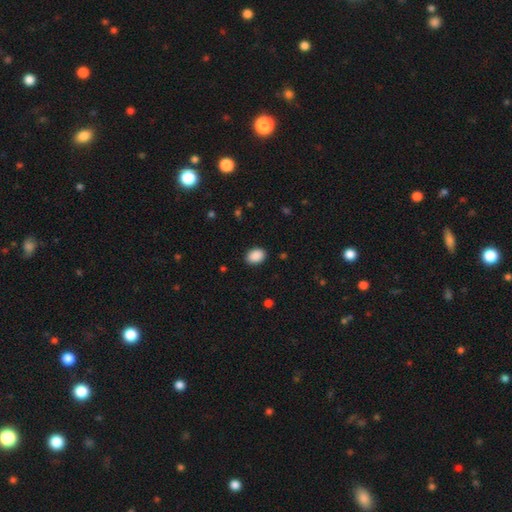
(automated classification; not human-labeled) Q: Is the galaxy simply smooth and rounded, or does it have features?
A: smooth — 90%.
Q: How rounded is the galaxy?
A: in between — 75%.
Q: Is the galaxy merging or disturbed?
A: none — 89%.